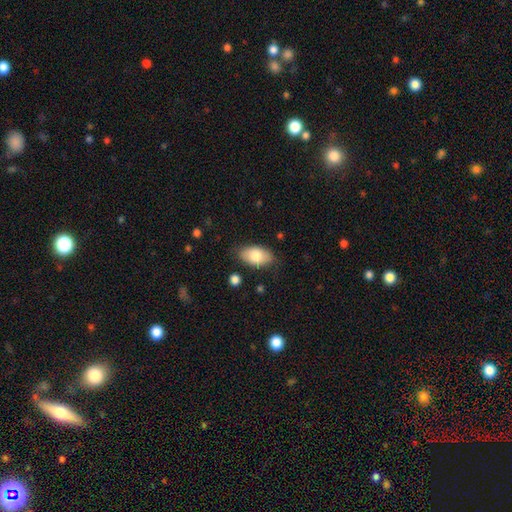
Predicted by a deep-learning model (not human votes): Overall: smooth (81%). How rounded: in between (93%). Merging: none (81%).